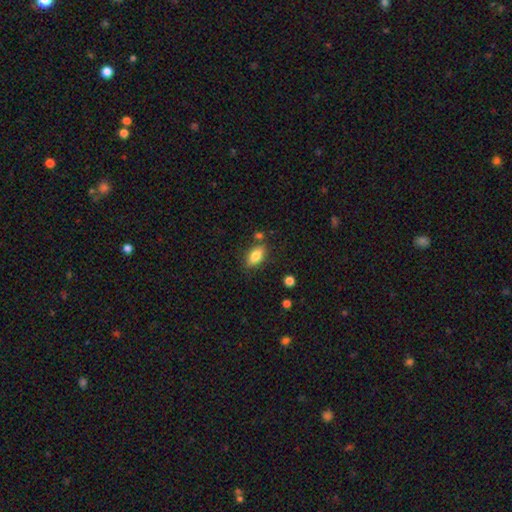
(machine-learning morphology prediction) smooth-or-featured: smooth: 81% | featured or disk: 11% | star or artifact: 8%
  how-rounded: in between: 89% | cigar-shaped: 6% | round: 5%
  merging: none: 76% | minor disturbance: 13% | merger: 7% | major disturbance: 3%